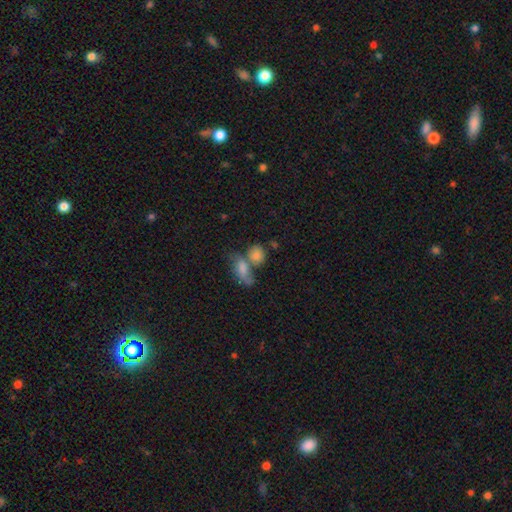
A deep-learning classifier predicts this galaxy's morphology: Smooth or featured: smooth — 74% (featured or disk — 14%)
How rounded: round — 51% (in between — 45%)
Merging: merger — 46% (none — 36%)